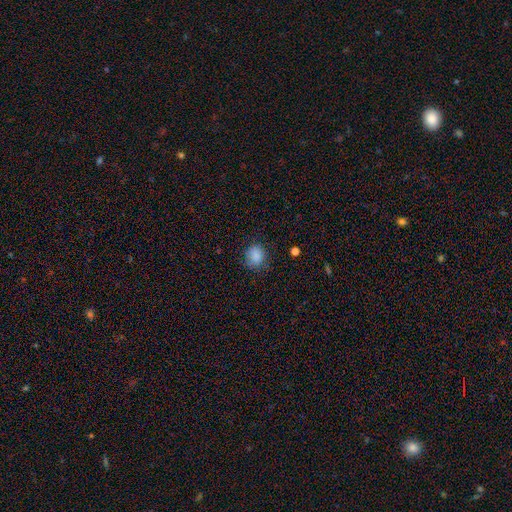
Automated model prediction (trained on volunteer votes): smooth 86%, star or artifact 10%, featured or disk 4%. Down the decision tree: how rounded — round (77%); merging — none (78%).